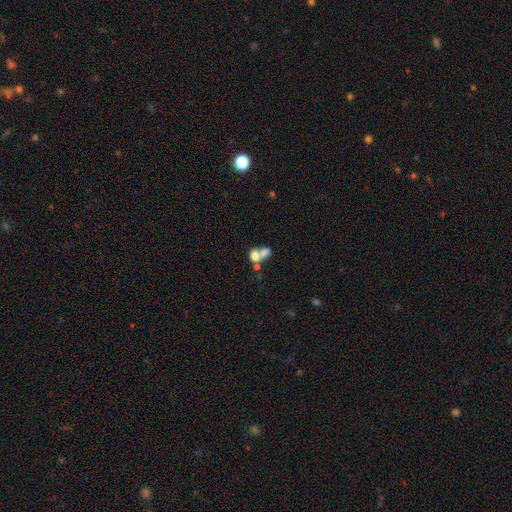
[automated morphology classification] A smooth galaxy with no disk features (67%) that is in between round and cigar-shaped (59%). Merging: merger (66%).